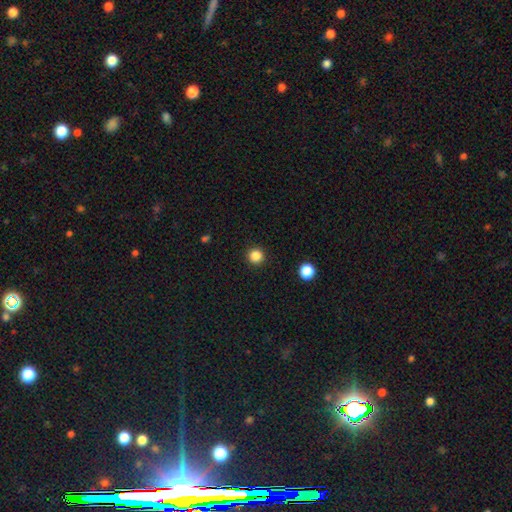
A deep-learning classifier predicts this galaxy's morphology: smooth_or_featured: smooth (p=0.85) [alt: star or artifact p=0.12]
how_rounded: round (p=0.96) [alt: in between p=0.04]
merging: none (p=0.93) [alt: minor disturbance p=0.04]